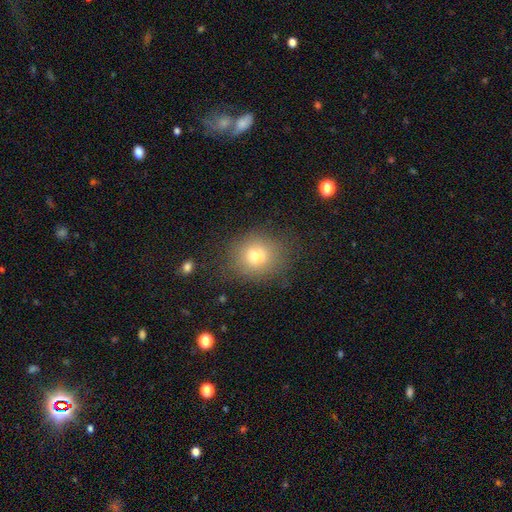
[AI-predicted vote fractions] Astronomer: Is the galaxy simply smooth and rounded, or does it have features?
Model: smooth — 73%.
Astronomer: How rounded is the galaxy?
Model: round — 74%.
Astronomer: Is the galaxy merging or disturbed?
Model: none — 78%.